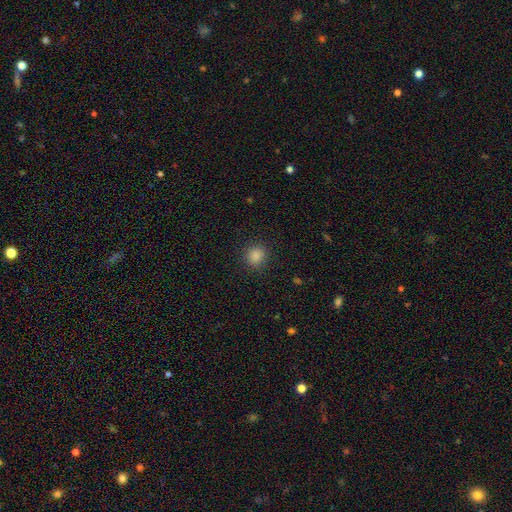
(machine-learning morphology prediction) Smooth or featured: smooth — 85% (star or artifact — 12%)
How rounded: round — 84% (in between — 15%)
Merging: none — 89% (minor disturbance — 7%)